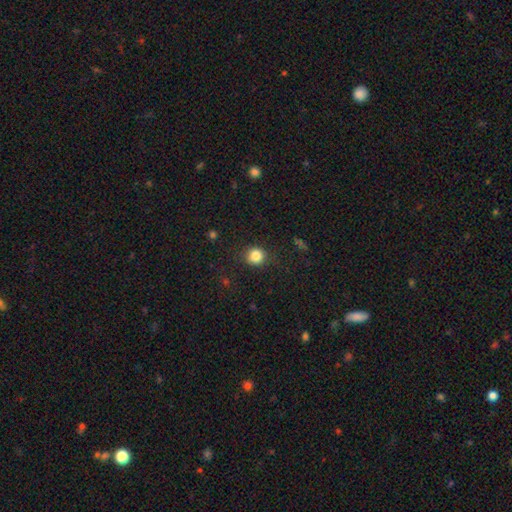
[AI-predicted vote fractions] Smooth or featured? smooth (84%)
How rounded? round (87%)
Merging? none (86%)